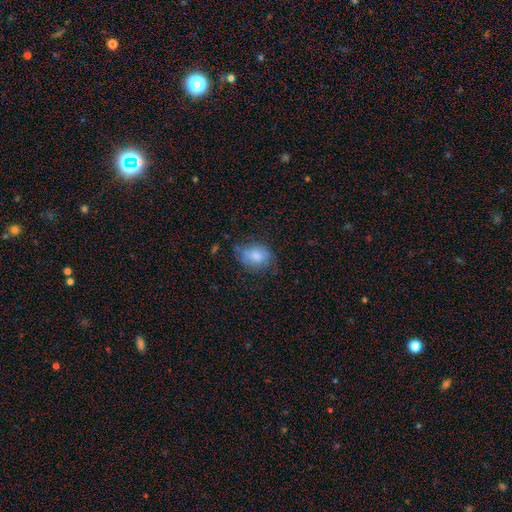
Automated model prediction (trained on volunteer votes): This appears to be a smooth galaxy with no disk features (76%) that is in between round and cigar-shaped (65%). Merging: none (58%).